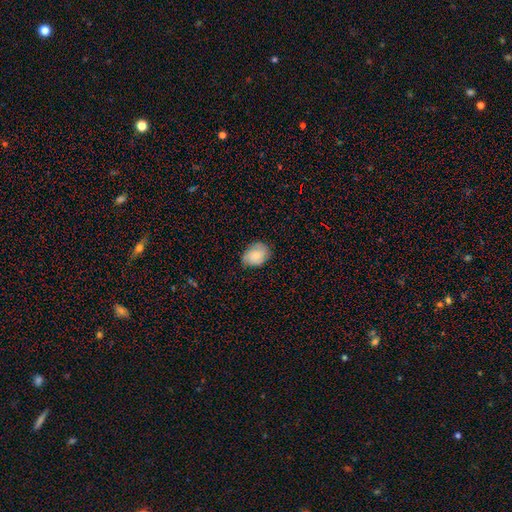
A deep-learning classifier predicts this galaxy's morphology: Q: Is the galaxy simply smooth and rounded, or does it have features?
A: smooth — 76%.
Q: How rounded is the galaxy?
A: in between — 69%.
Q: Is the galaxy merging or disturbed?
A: none — 73%.